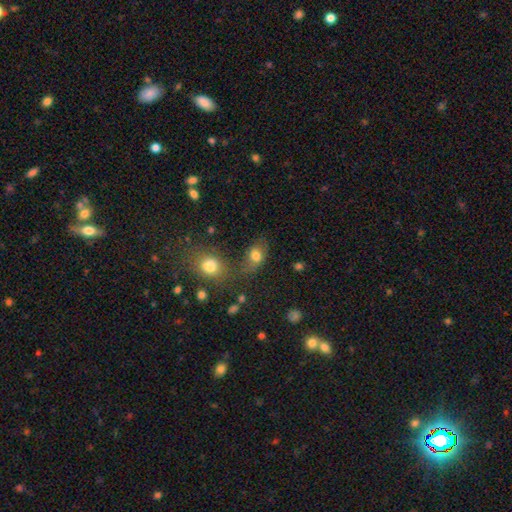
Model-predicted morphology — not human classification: Smooth or featured?
  - smooth: 76% *
  - star or artifact: 13%
  - featured or disk: 11%
How rounded?
  - in between: 65% *
  - round: 34%
  - cigar-shaped: 2%
Merging?
  - none: 50% *
  - merger: 21%
  - minor disturbance: 19%
  - major disturbance: 10%